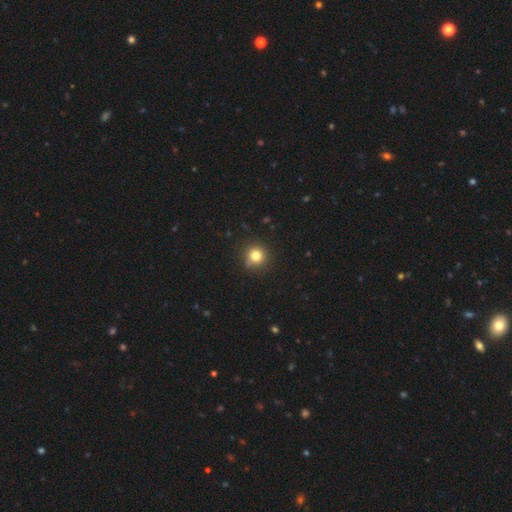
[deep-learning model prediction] smooth_or_featured: smooth (p=0.80) [alt: star or artifact p=0.14]
how_rounded: round (p=0.93) [alt: in between p=0.06]
merging: none (p=0.85) [alt: minor disturbance p=0.09]